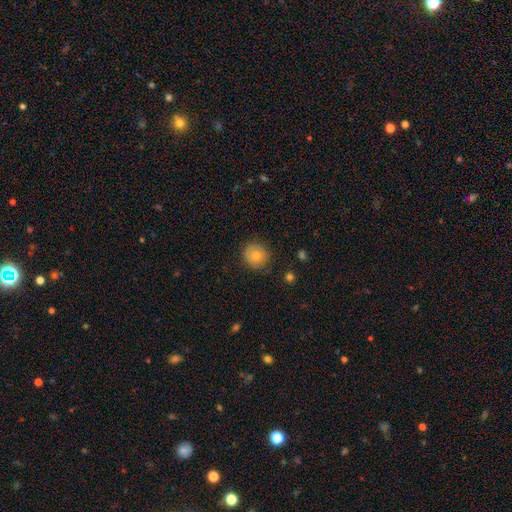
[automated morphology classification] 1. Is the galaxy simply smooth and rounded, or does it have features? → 75% smooth, 16% featured or disk, 10% star or artifact.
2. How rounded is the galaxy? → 91% round, 8% in between, 1% cigar-shaped.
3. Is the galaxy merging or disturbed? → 84% none, 12% minor disturbance, 3% major disturbance, 1% merger.